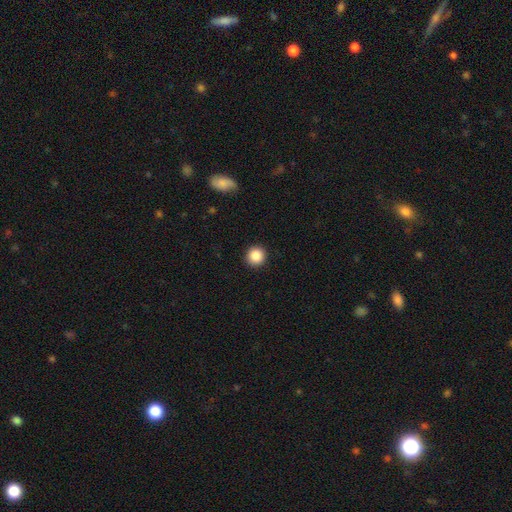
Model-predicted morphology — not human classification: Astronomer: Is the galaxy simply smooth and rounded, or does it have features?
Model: smooth — 87%.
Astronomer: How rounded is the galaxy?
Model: round — 95%.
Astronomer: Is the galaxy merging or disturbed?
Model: none — 93%.